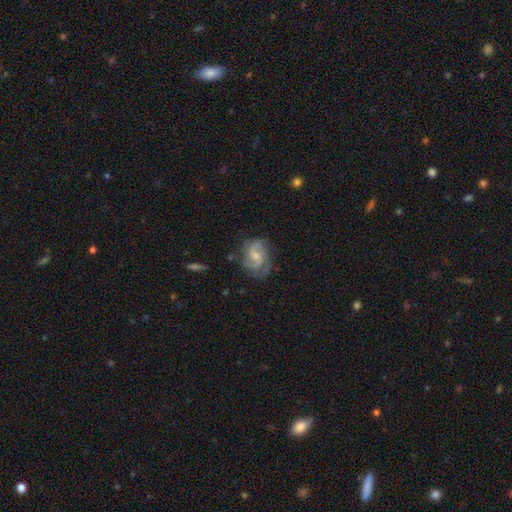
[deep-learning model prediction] smooth-or-featured: featured or disk: 79% | smooth: 15% | star or artifact: 6%
  disk-edge-on: no: 98% | yes: 2%
    bar: no: 53% | weak: 41% | strong: 6%
    has-spiral-arms: yes: 94% | no: 6%
      spiral-winding: medium: 51% | tight: 29% | loose: 20%
      spiral-arm-count: 2: 66% | can't tell: 13% | 3: 12% | 1: 3% | 4: 3% | more than 4: 2%
    bulge-size: small: 47% | moderate: 42% | none: 7% | large: 3% | dominant: 1%
  merging: none: 64% | minor disturbance: 23% | major disturbance: 11% | merger: 2%